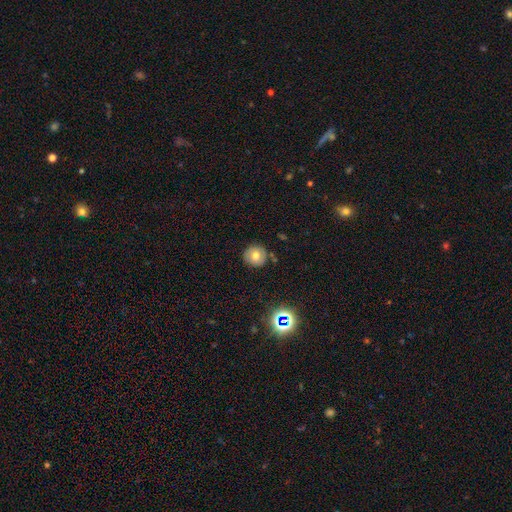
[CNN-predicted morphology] Smooth or featured: smooth — 66% (featured or disk — 20%)
How rounded: round — 91% (in between — 8%)
Merging: none — 84% (minor disturbance — 11%)